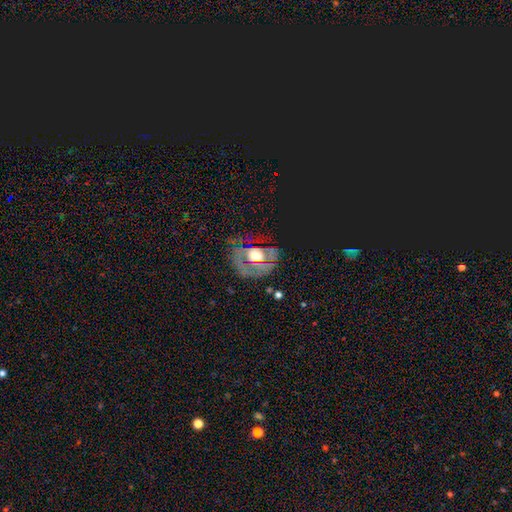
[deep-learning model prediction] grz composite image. It shows a featured or disk galaxy (54%) with no bar (82%), no spiral arms (55%) and a moderate central bulge (61%). Merging: none (55%).